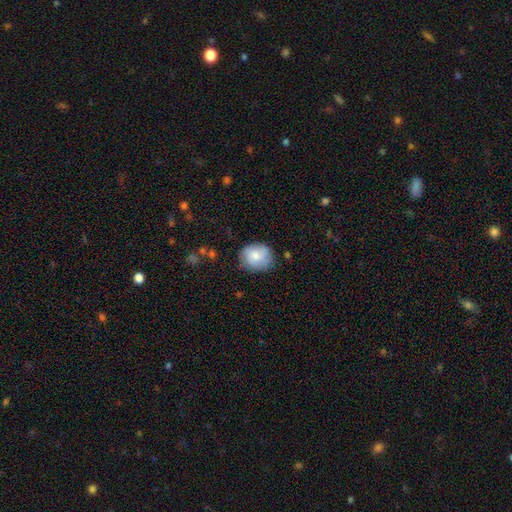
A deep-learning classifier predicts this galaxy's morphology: smooth_or_featured: smooth (p=0.77) [alt: featured or disk p=0.17]
how_rounded: round (p=0.71) [alt: in between p=0.28]
merging: none (p=0.76) [alt: minor disturbance p=0.18]